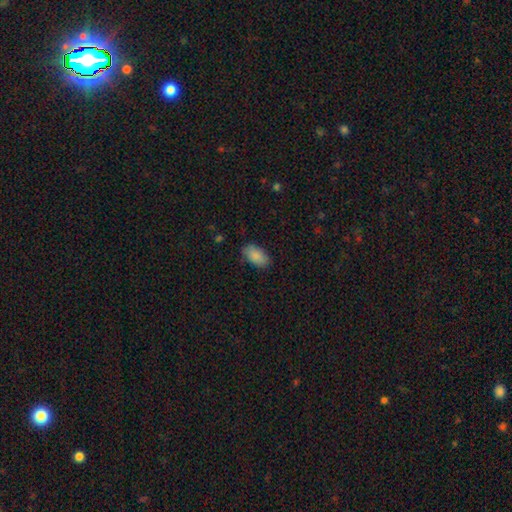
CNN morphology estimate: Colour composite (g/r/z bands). It shows a smooth galaxy with no disk features (88%) that is in between round and cigar-shaped (94%). Merging: none (82%).